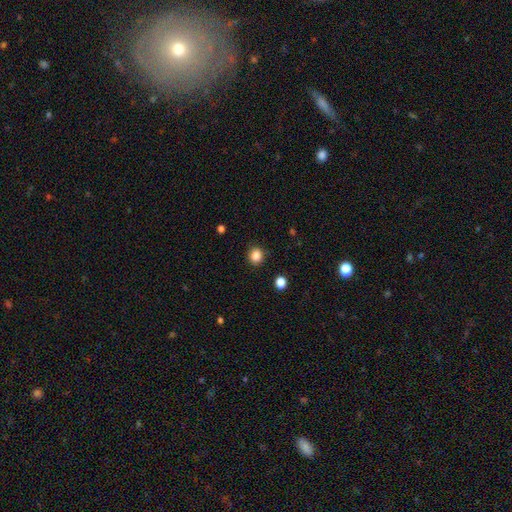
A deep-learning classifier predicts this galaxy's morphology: Q: Smooth or featured?
A: smooth (85%); runner-up: star or artifact (11%)
Q: How rounded?
A: round (81%); runner-up: in between (18%)
Q: Merging?
A: none (89%); runner-up: minor disturbance (7%)